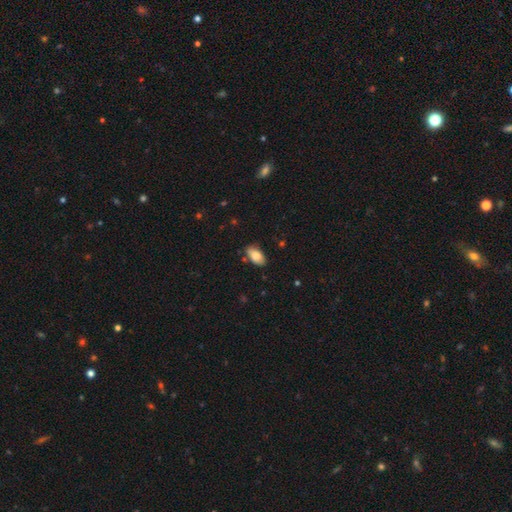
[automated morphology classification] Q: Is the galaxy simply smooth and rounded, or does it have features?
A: smooth — 80%.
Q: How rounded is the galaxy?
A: in between — 93%.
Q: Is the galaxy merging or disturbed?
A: none — 76%.